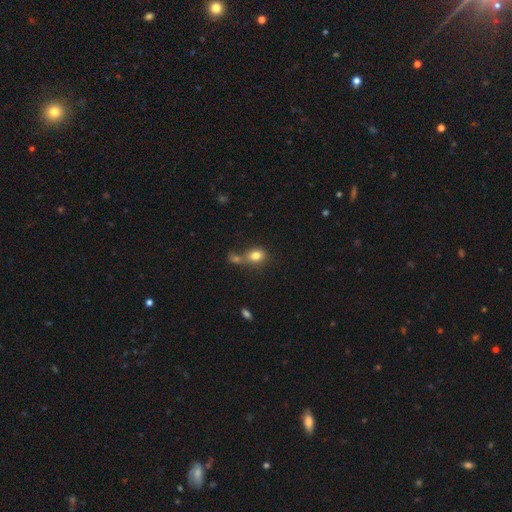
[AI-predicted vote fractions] A smooth galaxy with no disk features (79%) that is in between round and cigar-shaped (60%).

Vote fractions:
- Smooth or featured? smooth: 79% / star or artifact: 11% / featured or disk: 10%
- How rounded? in between: 60% / round: 38% / cigar-shaped: 2%
- Merging? merger: 40% / none: 39% / minor disturbance: 13% / major disturbance: 8%